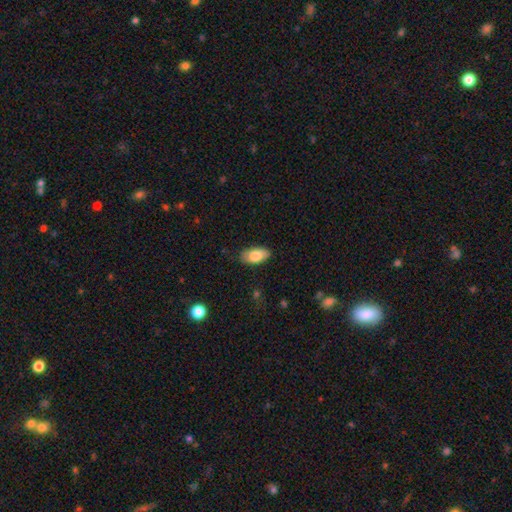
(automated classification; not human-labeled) smooth-or-featured: smooth: 81% | featured or disk: 12% | star or artifact: 6%
  how-rounded: in between: 93% | cigar-shaped: 4% | round: 3%
  merging: none: 84% | minor disturbance: 13% | major disturbance: 3% | merger: 1%